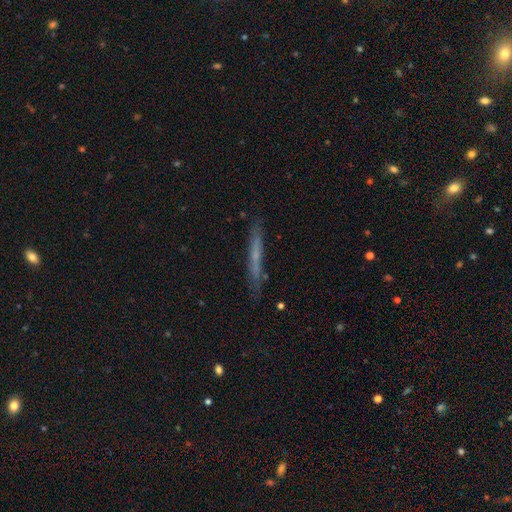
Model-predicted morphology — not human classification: Smooth or featured?
  - smooth: 47% *
  - featured or disk: 45%
  - star or artifact: 8%
Merging?
  - none: 83% *
  - minor disturbance: 13%
  - major disturbance: 3%
  - merger: 2%